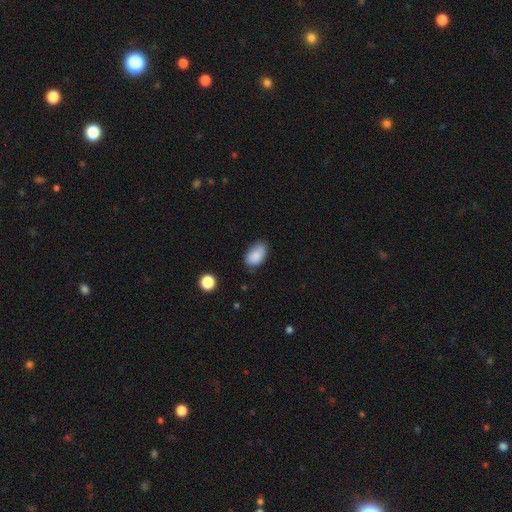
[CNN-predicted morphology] smooth 87%, star or artifact 8%, featured or disk 5%. Down the decision tree: how rounded — in between (91%); merging — none (67%).